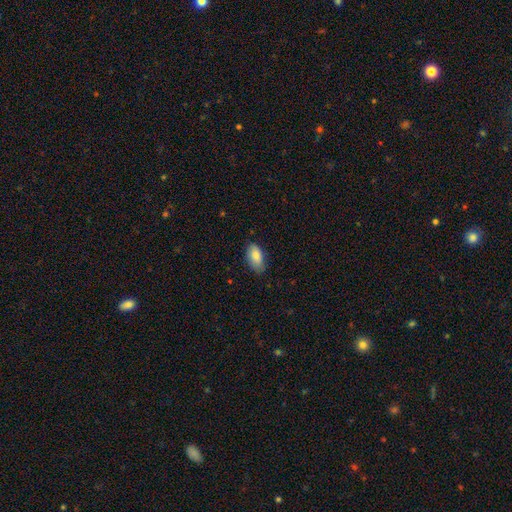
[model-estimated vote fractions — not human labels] smooth-or-featured: smooth: 84% | featured or disk: 9% | star or artifact: 7%
  how-rounded: in between: 93% | cigar-shaped: 4% | round: 3%
  merging: none: 76% | minor disturbance: 20% | major disturbance: 3% | merger: 1%